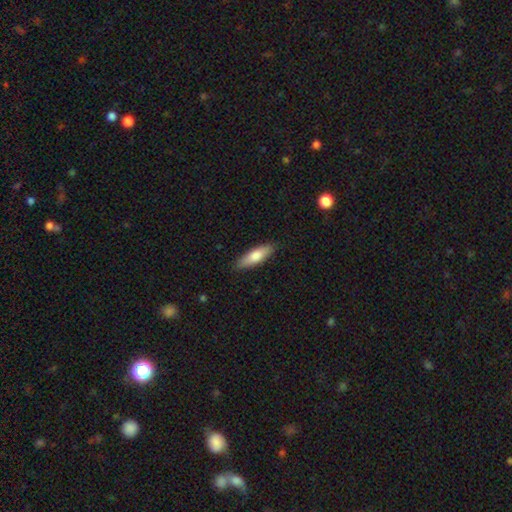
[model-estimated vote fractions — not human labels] Morphology: type=smooth (76%); roundness=cigar-shaped (51%); merging=none (87%).